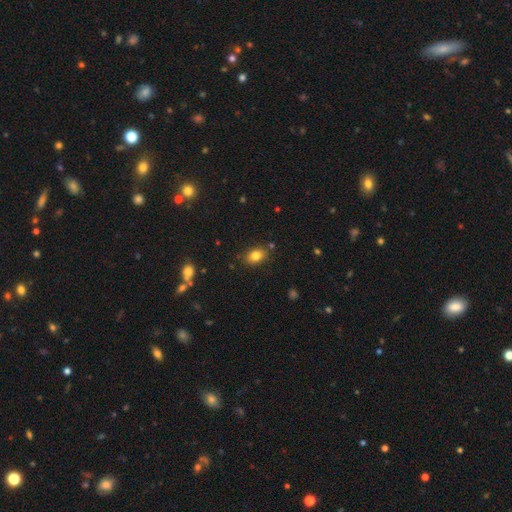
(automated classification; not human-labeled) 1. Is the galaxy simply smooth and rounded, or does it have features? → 82% smooth, 10% star or artifact, 8% featured or disk.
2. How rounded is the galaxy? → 78% in between, 20% round, 1% cigar-shaped.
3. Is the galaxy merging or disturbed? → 83% none, 11% minor disturbance, 3% merger, 3% major disturbance.